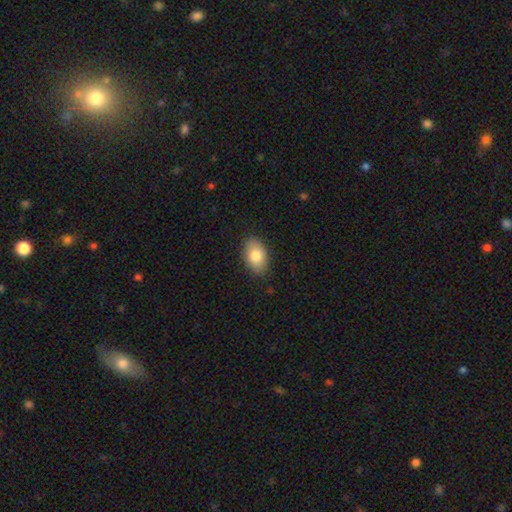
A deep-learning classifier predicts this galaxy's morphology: The model was most divided on "smooth or featured": smooth: 82%, featured or disk: 11%, star or artifact: 7%. More confident: how rounded — in between (90%); merging — none (86%).